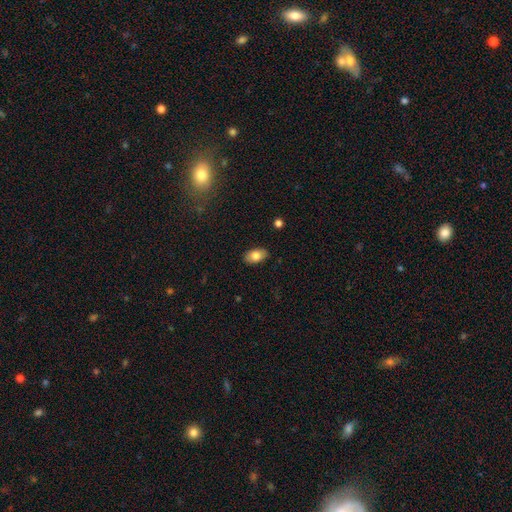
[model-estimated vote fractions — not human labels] This is clearly a smooth galaxy (81%). How rounded: clearly in between (92%). Merging: clearly none (87%).